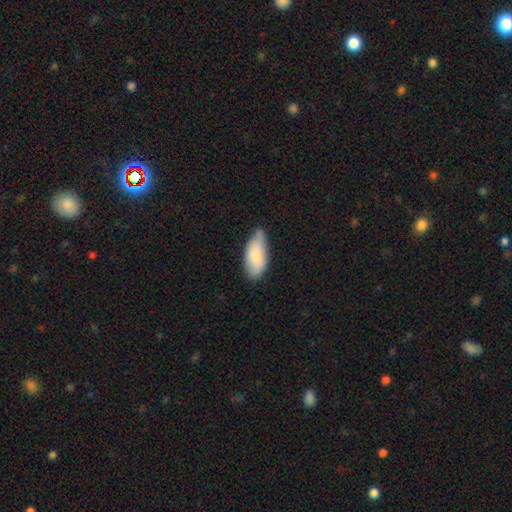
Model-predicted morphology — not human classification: Smooth or featured? Predicted: smooth (p=0.77). How rounded? Predicted: in between (p=0.90). Merging? Predicted: none (p=0.56).